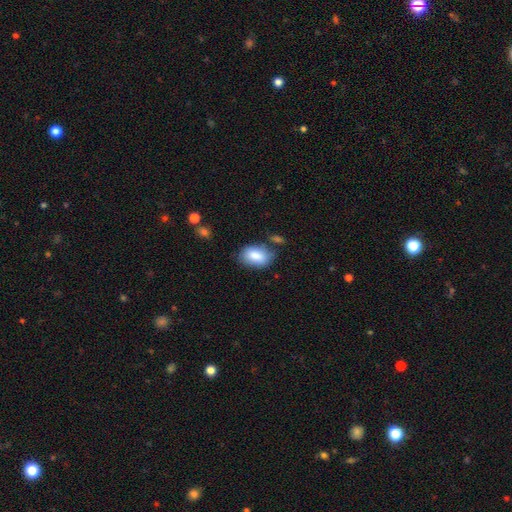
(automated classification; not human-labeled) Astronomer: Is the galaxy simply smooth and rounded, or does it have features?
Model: smooth — 85%.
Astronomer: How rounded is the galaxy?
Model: in between — 88%.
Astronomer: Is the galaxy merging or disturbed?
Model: none — 70%.